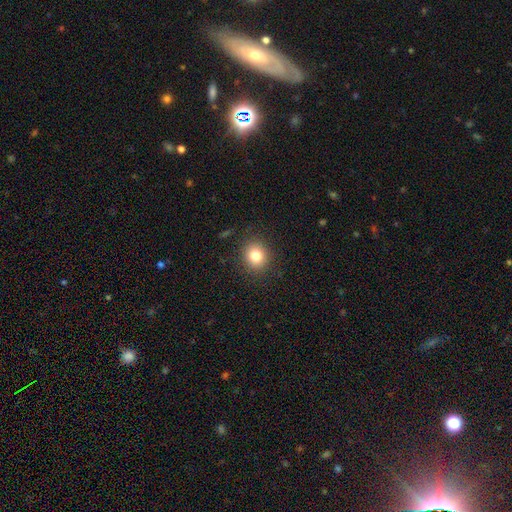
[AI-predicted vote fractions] A smooth galaxy with no disk features (82%) that is round (75%). Merging: none (88%).